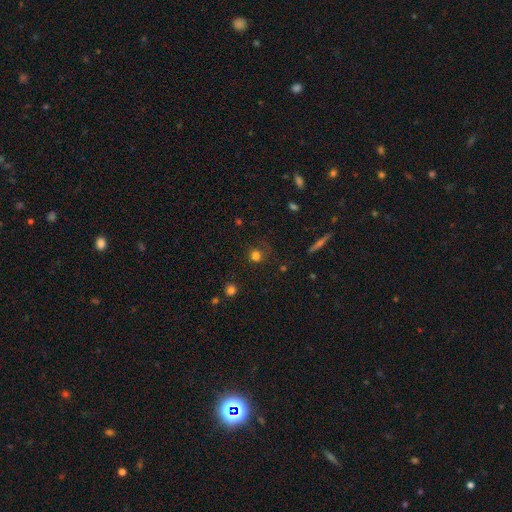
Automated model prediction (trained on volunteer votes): Smooth or featured? smooth (76%)
How rounded? round (83%)
Merging? none (68%)